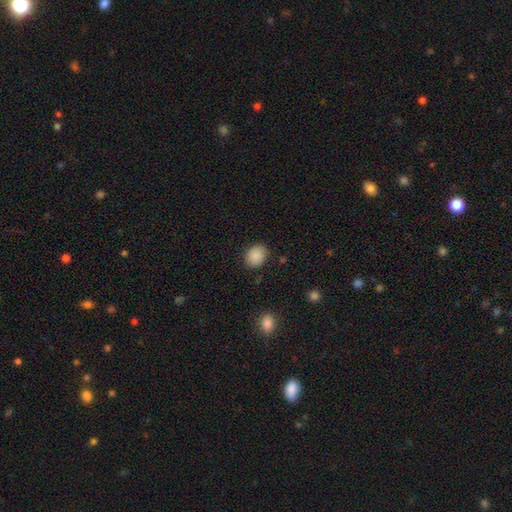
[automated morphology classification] Overall: smooth (89%). How rounded: in between (52%; round 48%). Merging: none (85%).